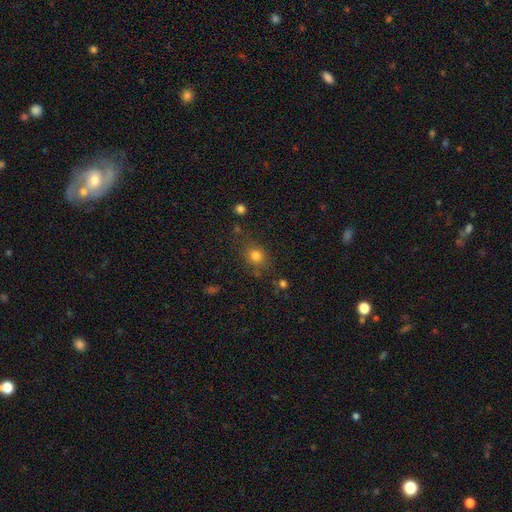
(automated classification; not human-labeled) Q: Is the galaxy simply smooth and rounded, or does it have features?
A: smooth — 79%.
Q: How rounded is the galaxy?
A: round — 66%.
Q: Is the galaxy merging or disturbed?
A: none — 74%.